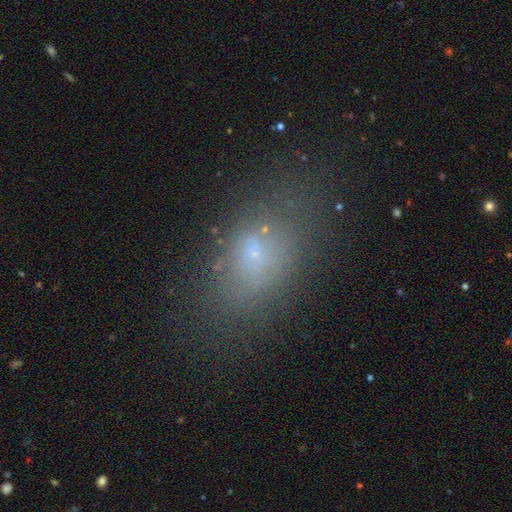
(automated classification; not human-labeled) Overall: smooth (62%). How rounded: in between (84%). Merging: none (67%).